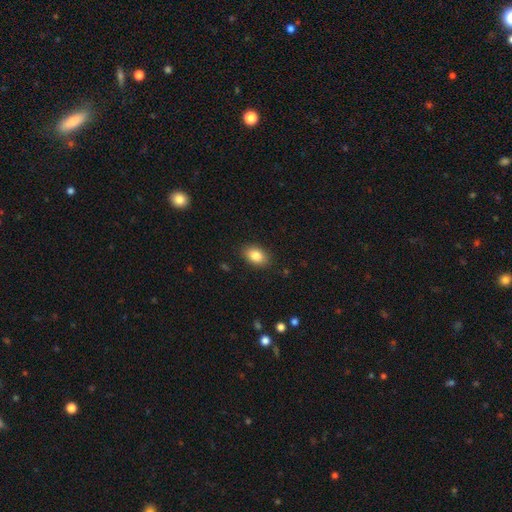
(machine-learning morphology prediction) smooth-or-featured: smooth: 85% | star or artifact: 8% | featured or disk: 7%
  how-rounded: in between: 85% | round: 14% | cigar-shaped: 1%
  merging: none: 87% | minor disturbance: 9% | major disturbance: 2% | merger: 1%